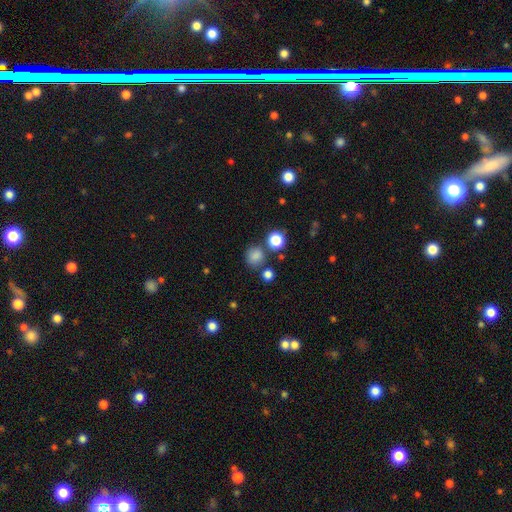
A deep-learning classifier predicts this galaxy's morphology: This is clearly a smooth galaxy (80%). How rounded: clearly round (85%). Merging: likely none (75%).